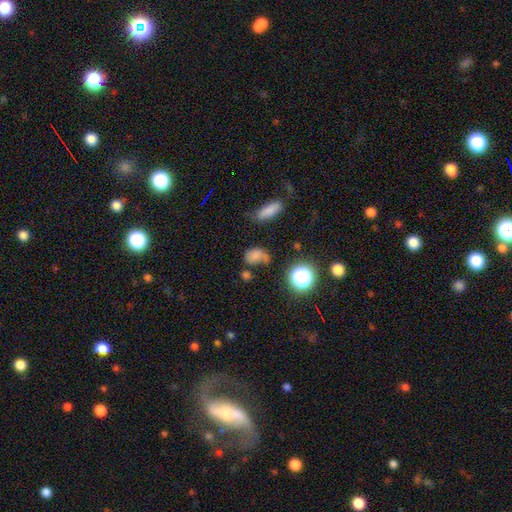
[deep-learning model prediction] Smooth or featured: smooth — 71% (star or artifact — 18%)
How rounded: in between — 72% (round — 25%)
Merging: none — 42% (minor disturbance — 25%)